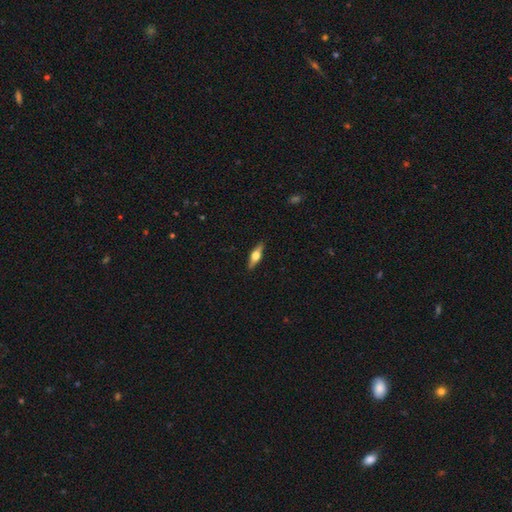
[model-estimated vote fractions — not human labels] smooth-or-featured: featured or disk: 59% | smooth: 35% | star or artifact: 6%
  disk-edge-on: yes: 95% | no: 5%
    edge-on-bulge: rounded: 94% | boxy: 5% | none: 2%
  merging: none: 89% | minor disturbance: 8% | major disturbance: 2% | merger: 1%